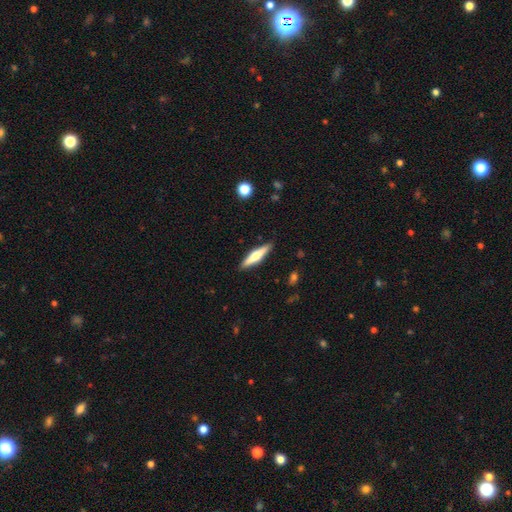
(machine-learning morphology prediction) Overall: featured or disk (49%; smooth 45%). Merging: none (89%).